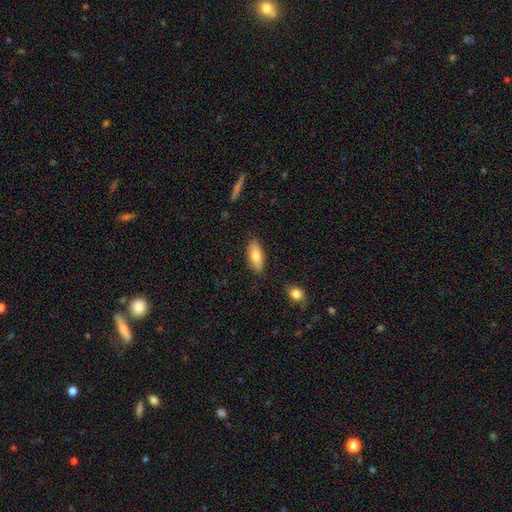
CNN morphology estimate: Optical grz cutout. It shows a smooth galaxy with no disk features (77%) that is in between round and cigar-shaped (79%). Merging: none (84%).